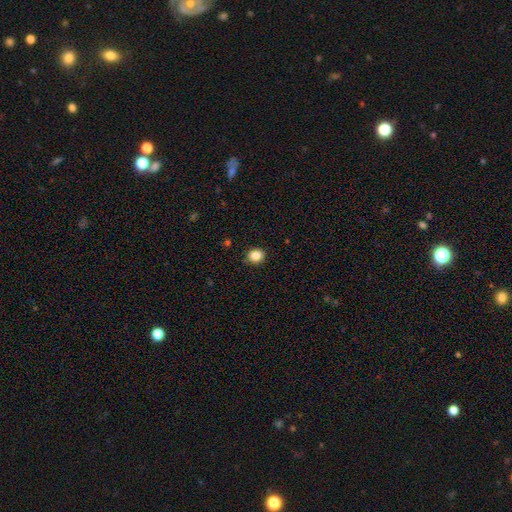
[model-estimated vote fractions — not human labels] smooth 85%, star or artifact 10%, featured or disk 5%. Down the decision tree: how rounded — round (73%); merging — none (88%).